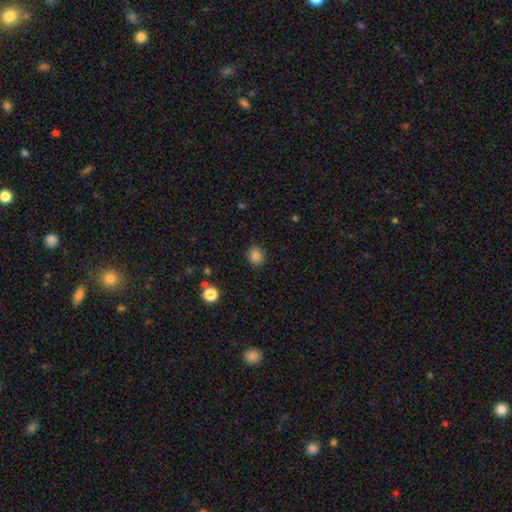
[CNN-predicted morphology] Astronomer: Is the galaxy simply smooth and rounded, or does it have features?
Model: smooth — 85%.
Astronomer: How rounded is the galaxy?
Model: round — 75%.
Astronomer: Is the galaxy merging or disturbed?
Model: none — 89%.